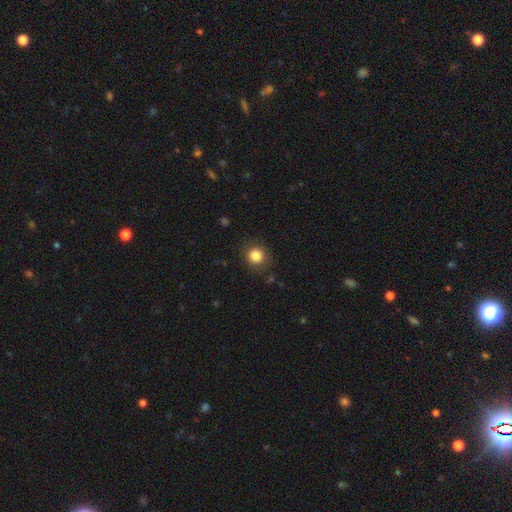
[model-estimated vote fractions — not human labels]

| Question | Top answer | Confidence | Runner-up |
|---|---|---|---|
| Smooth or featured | smooth | 84% | star or artifact (11%) |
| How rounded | round | 88% | in between (11%) |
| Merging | none | 85% | minor disturbance (10%) |